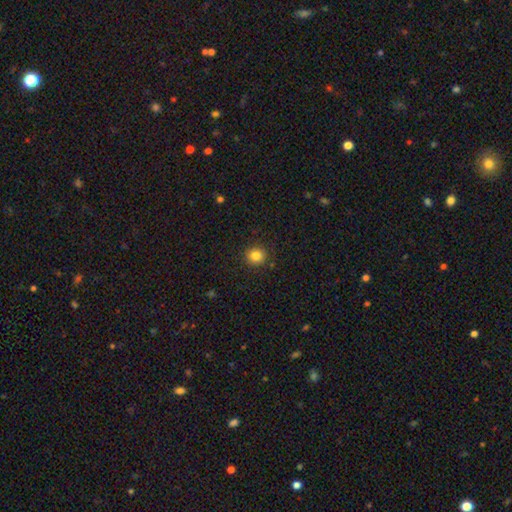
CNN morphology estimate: Q: Smooth or featured?
A: smooth (83%); runner-up: star or artifact (11%)
Q: How rounded?
A: round (88%); runner-up: in between (11%)
Q: Merging?
A: none (90%); runner-up: minor disturbance (7%)